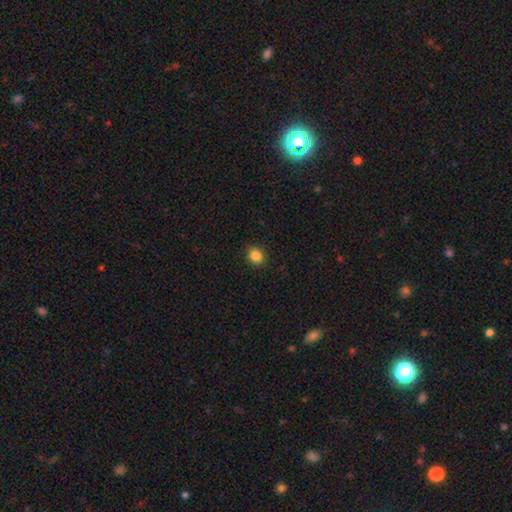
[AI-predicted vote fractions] smooth-or-featured: smooth: 86% | star or artifact: 10% | featured or disk: 4%
  how-rounded: round: 74% | in between: 25% | cigar-shaped: 1%
  merging: none: 90% | minor disturbance: 7% | major disturbance: 2% | merger: 1%